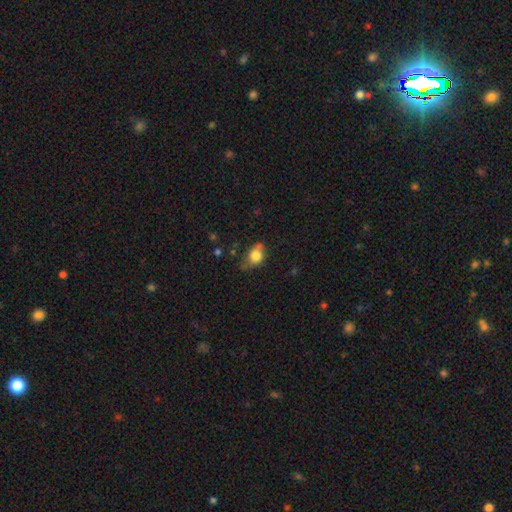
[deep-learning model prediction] The model was most divided on "merging": none: 47%, minor disturbance: 36%, major disturbance: 12%, merger: 6%. More confident: smooth or featured — smooth (75%); how rounded — in between (62%).